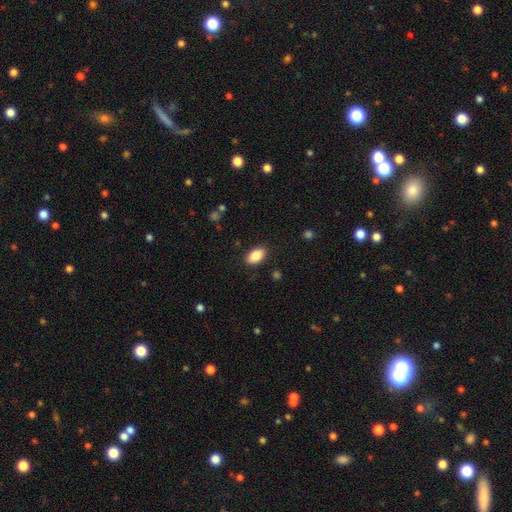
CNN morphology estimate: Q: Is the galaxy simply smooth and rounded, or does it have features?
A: smooth — 86%.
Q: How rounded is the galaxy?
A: in between — 92%.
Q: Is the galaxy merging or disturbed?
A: none — 87%.